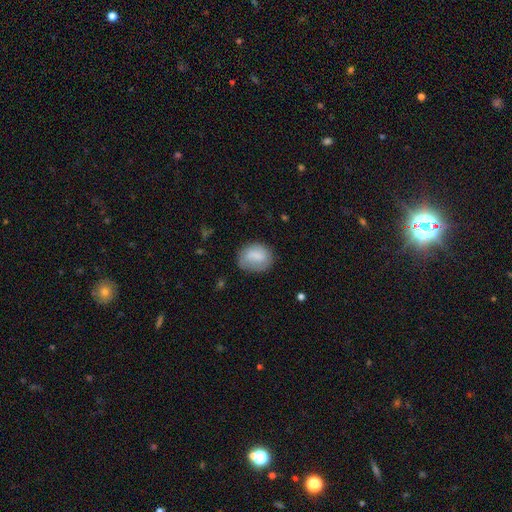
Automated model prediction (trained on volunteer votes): Smooth or featured: smooth — 77% (featured or disk — 15%)
How rounded: in between — 54% (round — 45%)
Merging: none — 68% (minor disturbance — 22%)